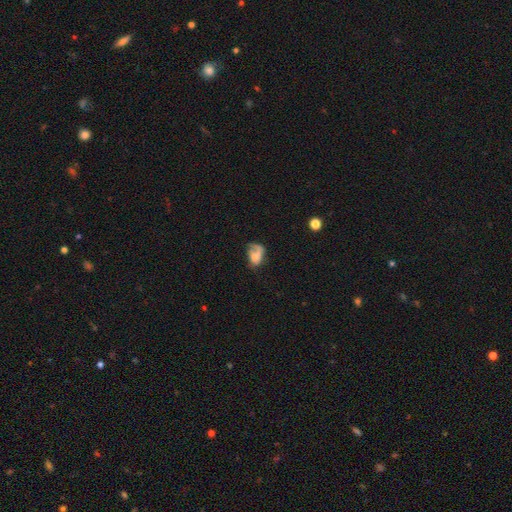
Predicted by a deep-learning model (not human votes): This is possibly a smooth galaxy (49%). Merging: marginally major disturbance (37%).